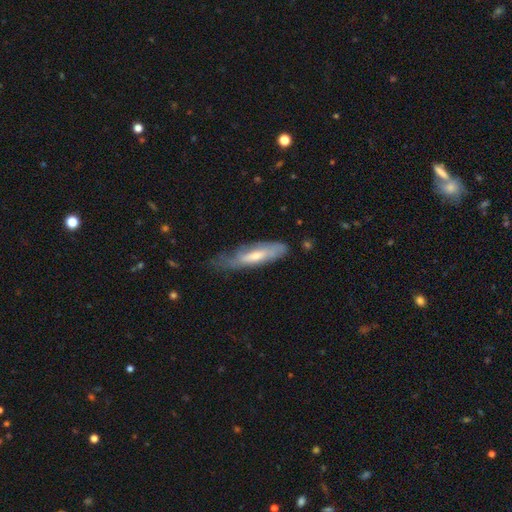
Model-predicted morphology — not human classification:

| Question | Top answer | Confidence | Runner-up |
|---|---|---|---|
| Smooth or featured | featured or disk | 48% | smooth (46%) |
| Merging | none | 49% | minor disturbance (35%) |